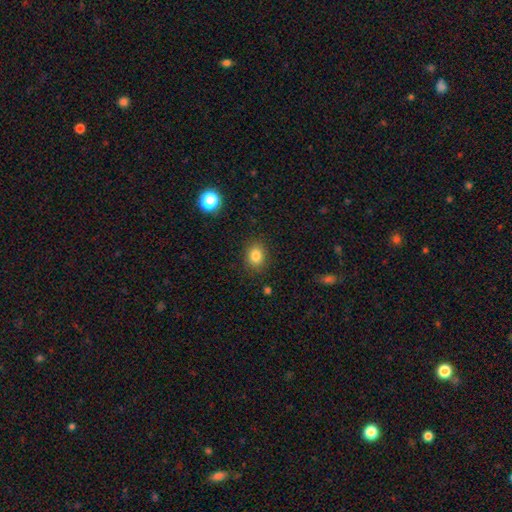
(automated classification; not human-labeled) smooth_or_featured: smooth (p=0.84) [alt: star or artifact p=0.11]
how_rounded: round (p=0.51) [alt: in between p=0.48]
merging: none (p=0.86) [alt: minor disturbance p=0.10]